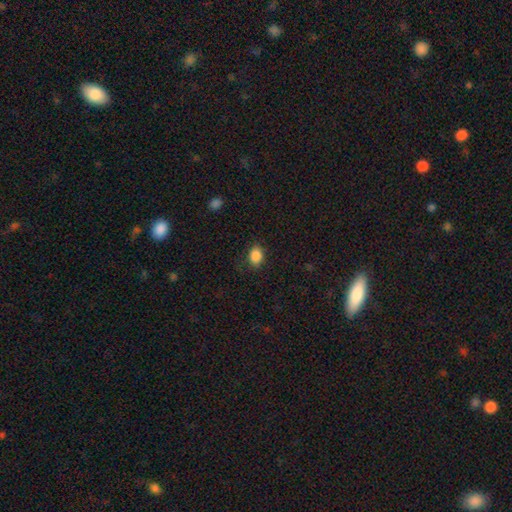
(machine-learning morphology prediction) Smooth or featured? Predicted: smooth (p=0.87). How rounded? Predicted: in between (p=0.71). Merging? Predicted: none (p=0.85).